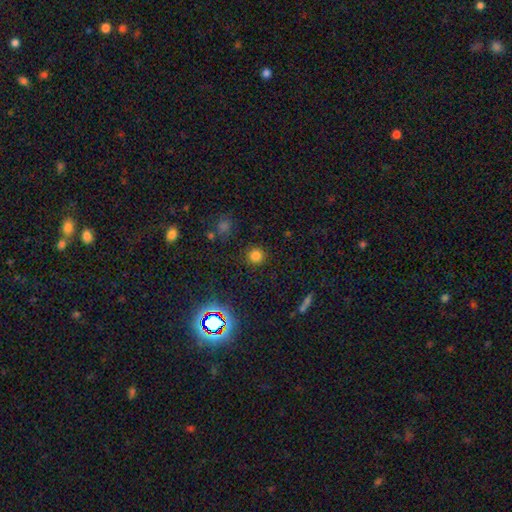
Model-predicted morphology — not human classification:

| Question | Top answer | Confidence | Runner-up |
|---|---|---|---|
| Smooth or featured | smooth | 76% | star or artifact (19%) |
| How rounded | round | 93% | in between (6%) |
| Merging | none | 89% | minor disturbance (7%) |